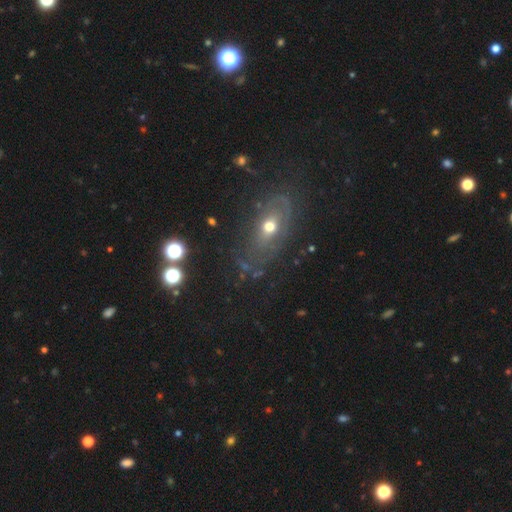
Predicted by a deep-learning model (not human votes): smooth_or_featured: featured or disk (p=0.42) [alt: smooth p=0.35]
merging: none (p=0.69) [alt: minor disturbance p=0.17]